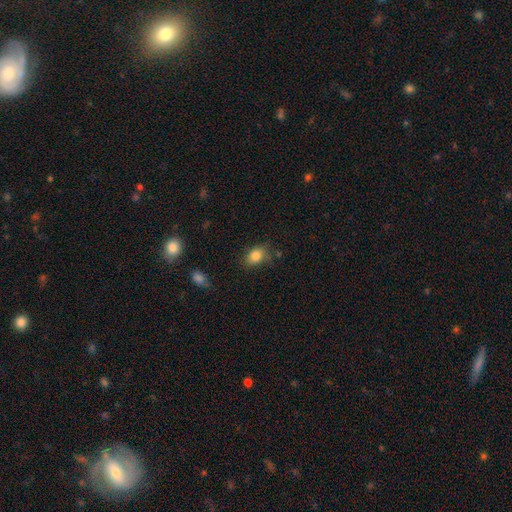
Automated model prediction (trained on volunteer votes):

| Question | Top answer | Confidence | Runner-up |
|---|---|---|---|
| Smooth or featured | smooth | 83% | star or artifact (9%) |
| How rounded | in between | 74% | round (25%) |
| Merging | none | 73% | minor disturbance (19%) |